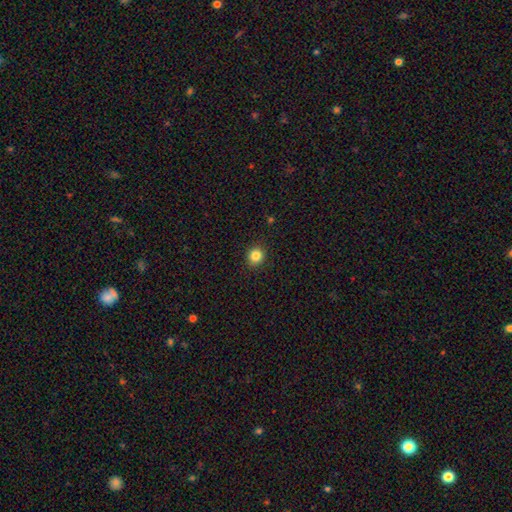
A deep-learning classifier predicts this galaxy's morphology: Q: Smooth or featured?
A: smooth (84%); runner-up: star or artifact (11%)
Q: How rounded?
A: round (85%); runner-up: in between (14%)
Q: Merging?
A: none (92%); runner-up: minor disturbance (6%)